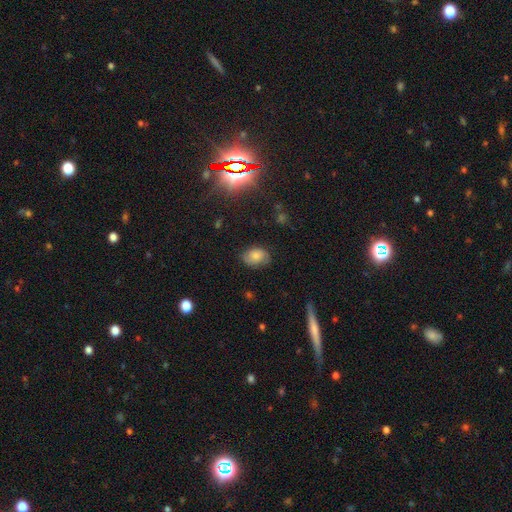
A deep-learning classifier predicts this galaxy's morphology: smooth 60%, featured or disk 28%, star or artifact 12%. Down the decision tree: how rounded — in between (73%); merging — none (71%).